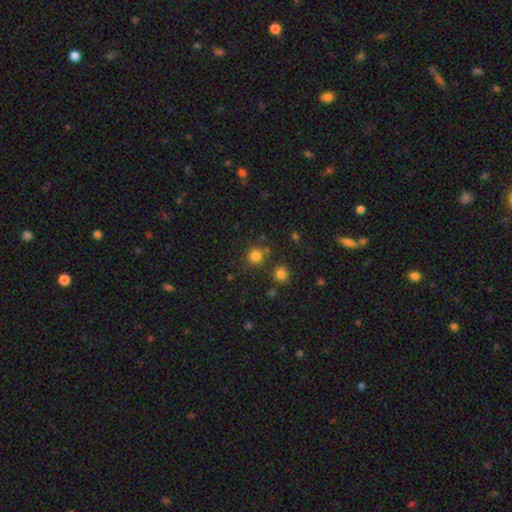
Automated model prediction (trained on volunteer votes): A smooth galaxy with no disk features (80%) that is round (90%). Merging: none (78%).